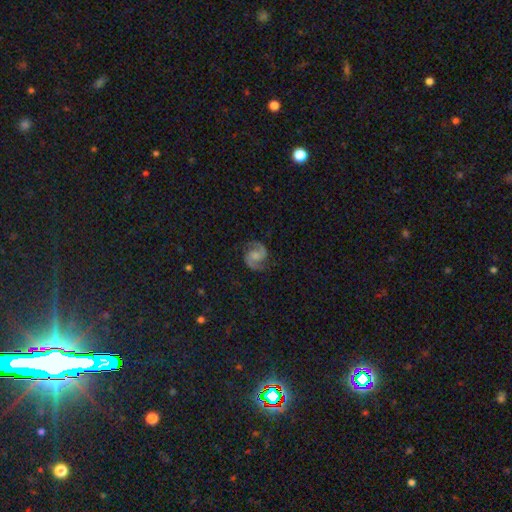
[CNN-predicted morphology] Smooth or featured? Predicted: featured or disk (p=0.89). Edge-on disk? Predicted: no (p=0.98). Bar? Predicted: no (p=0.51). Spiral arms? Predicted: yes (p=0.98). Spiral winding? Predicted: medium (p=0.62). Spiral arm count? Predicted: 2 (p=0.94). Bulge size? Predicted: none (p=0.33). Merging? Predicted: none (p=0.83).